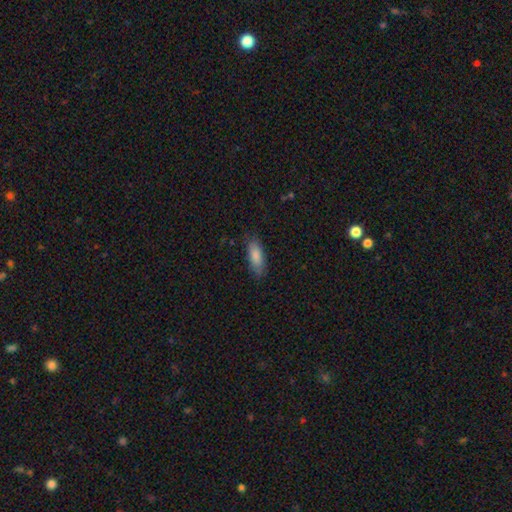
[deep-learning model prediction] Q: Smooth or featured?
A: smooth (84%); runner-up: featured or disk (10%)
Q: How rounded?
A: in between (73%); runner-up: cigar-shaped (25%)
Q: Merging?
A: none (77%); runner-up: minor disturbance (18%)